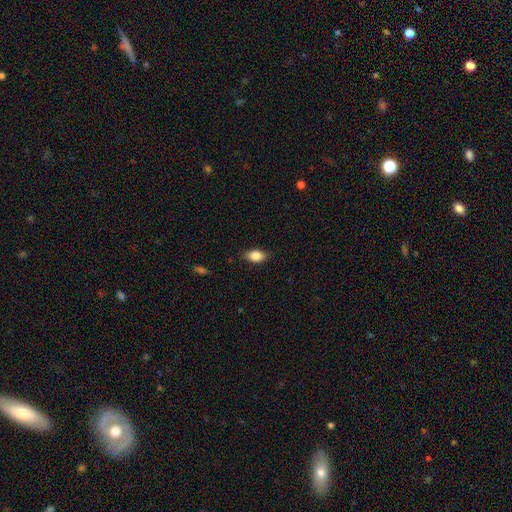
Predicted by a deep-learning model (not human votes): This appears to be a smooth galaxy with no disk features (85%) that is in between round and cigar-shaped (87%). Merging: none (83%).